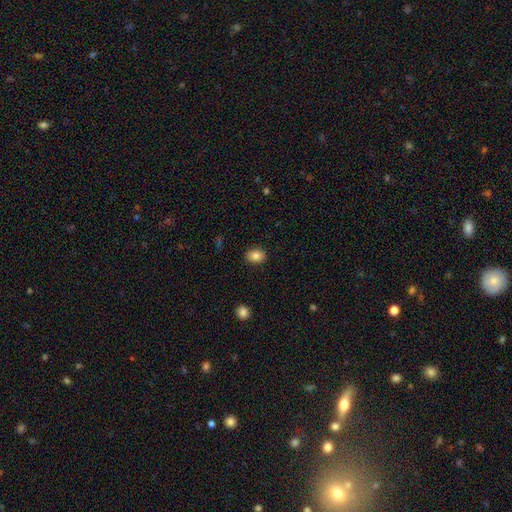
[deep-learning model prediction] smooth 84%, star or artifact 9%, featured or disk 7%. Down the decision tree: how rounded — in between (64%); merging — none (89%).